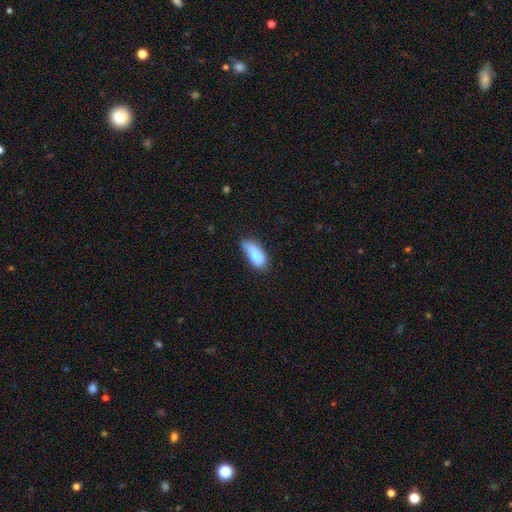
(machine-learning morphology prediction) Smooth or featured: smooth — 75% (featured or disk — 18%)
How rounded: in between — 86% (cigar-shaped — 10%)
Merging: none — 45% (minor disturbance — 38%)